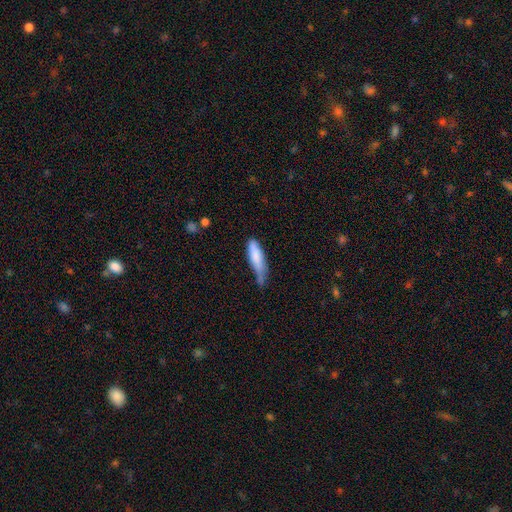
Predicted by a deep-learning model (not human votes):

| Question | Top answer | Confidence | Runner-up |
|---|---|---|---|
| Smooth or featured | smooth | 80% | featured or disk (14%) |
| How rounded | cigar-shaped | 66% | in between (33%) |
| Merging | minor disturbance | 46% | none (33%) |